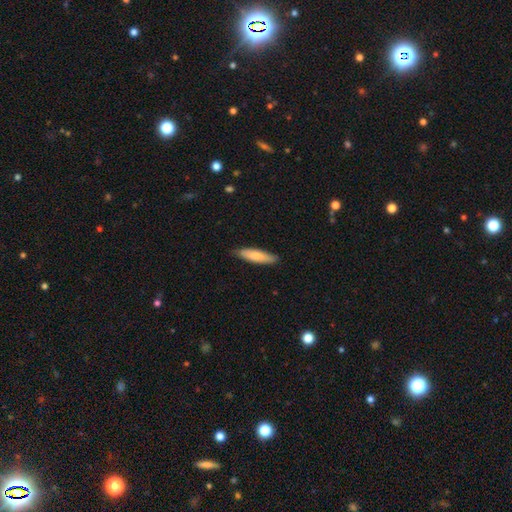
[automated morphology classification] A smooth galaxy with no disk features (79%) that is cigar-shaped (71%). Merging: none (85%).